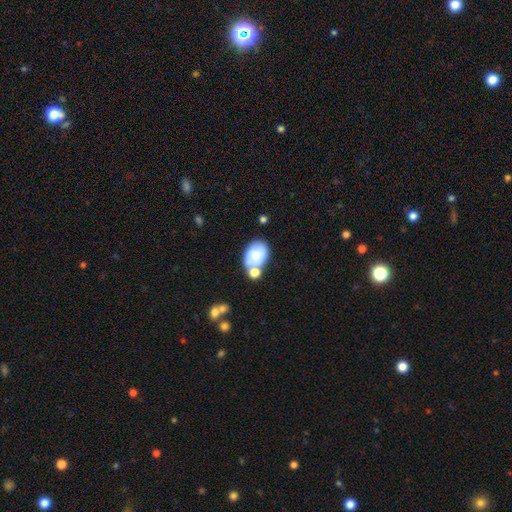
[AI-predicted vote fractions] Overall: smooth (73%). How rounded: in between (82%). Merging: none (46%; merger 29%).